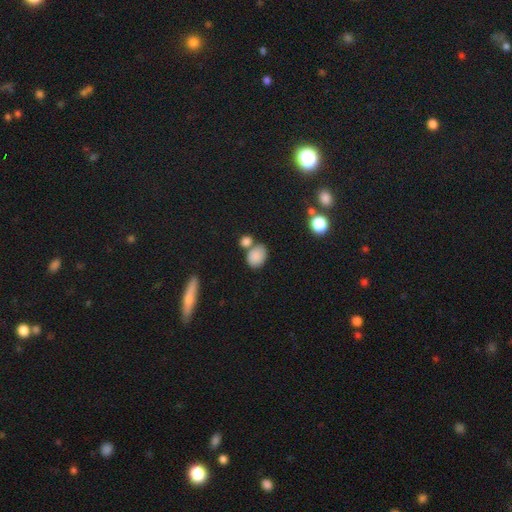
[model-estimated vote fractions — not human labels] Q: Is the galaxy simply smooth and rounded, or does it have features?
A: smooth — 84%.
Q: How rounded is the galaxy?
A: in between — 63%.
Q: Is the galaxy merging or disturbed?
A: none — 52%.